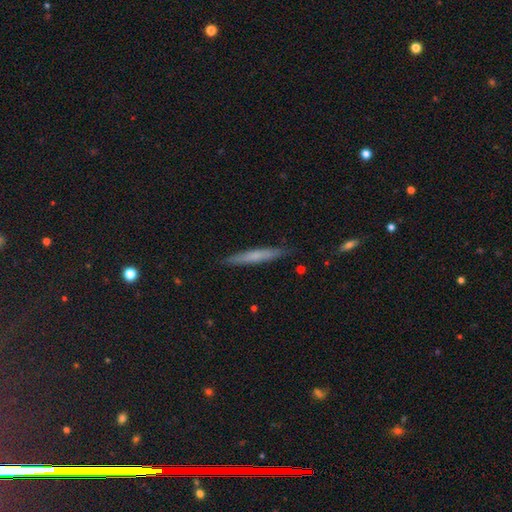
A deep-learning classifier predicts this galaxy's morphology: A smooth galaxy with no disk features (59%) that is cigar-shaped (95%). Merging: none (88%).